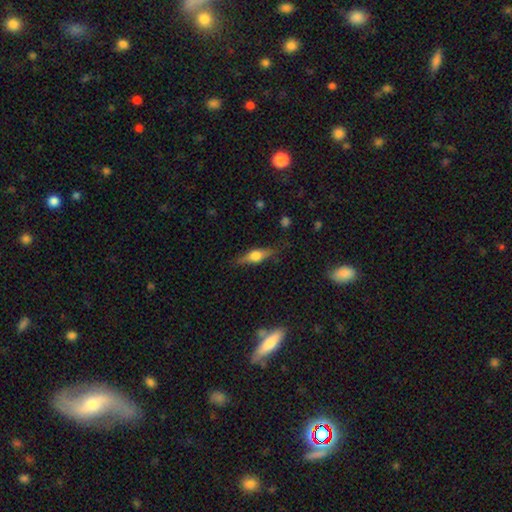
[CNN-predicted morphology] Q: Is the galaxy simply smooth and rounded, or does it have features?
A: featured or disk — 56%.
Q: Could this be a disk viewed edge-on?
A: yes — 94%.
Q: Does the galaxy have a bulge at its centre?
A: rounded — 92%.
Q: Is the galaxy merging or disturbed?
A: none — 81%.